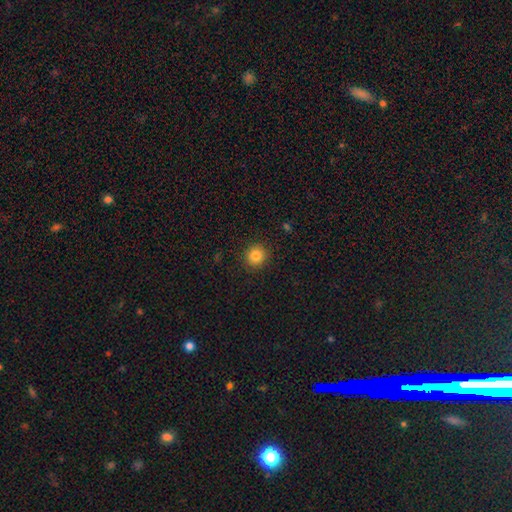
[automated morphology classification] smooth 84%, star or artifact 11%, featured or disk 5%. Down the decision tree: how rounded — round (88%); merging — none (91%).